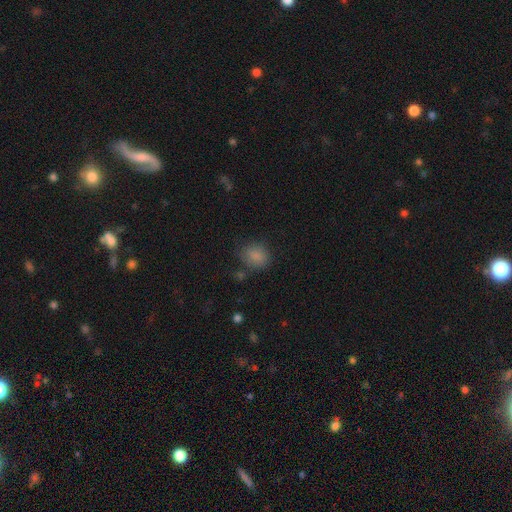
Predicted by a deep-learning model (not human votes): Smooth or featured?
  - smooth: 83% *
  - star or artifact: 11%
  - featured or disk: 5%
How rounded?
  - round: 56% *
  - in between: 43%
  - cigar-shaped: 1%
Merging?
  - none: 73% *
  - minor disturbance: 17%
  - major disturbance: 6%
  - merger: 4%